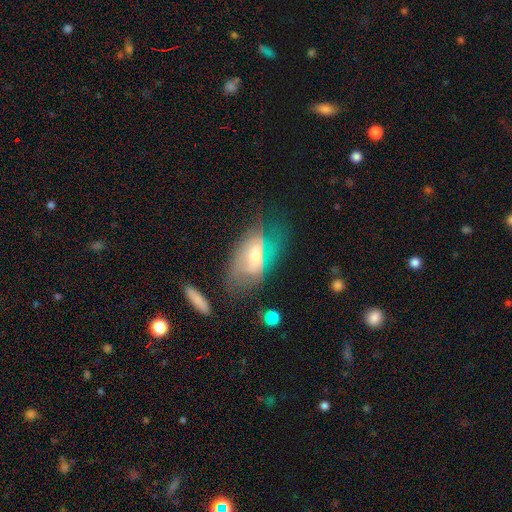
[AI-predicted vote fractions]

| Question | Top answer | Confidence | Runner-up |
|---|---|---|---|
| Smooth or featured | featured or disk | 54% | smooth (36%) |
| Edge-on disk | no | 84% | yes (16%) |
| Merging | none | 41% | major disturbance (28%) |